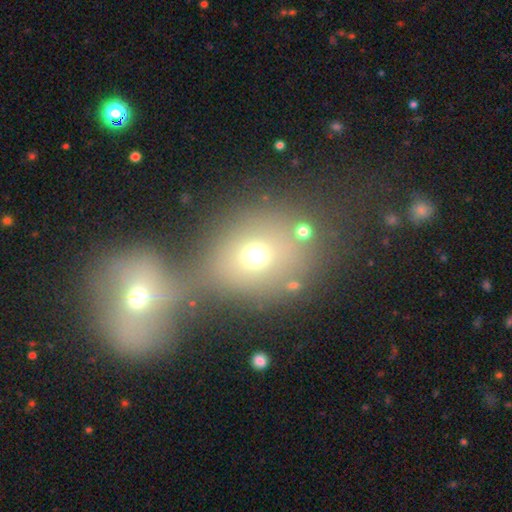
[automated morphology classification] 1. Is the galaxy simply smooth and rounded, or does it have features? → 66% smooth, 18% featured or disk, 17% star or artifact.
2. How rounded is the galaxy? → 65% round, 34% in between, 1% cigar-shaped.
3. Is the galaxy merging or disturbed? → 62% merger, 26% none, 7% minor disturbance, 5% major disturbance.